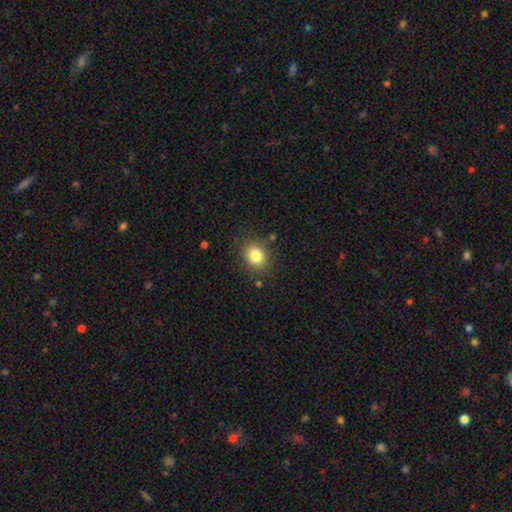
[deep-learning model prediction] Morphology: type=smooth (82%); roundness=round (63%); merging=none (84%).